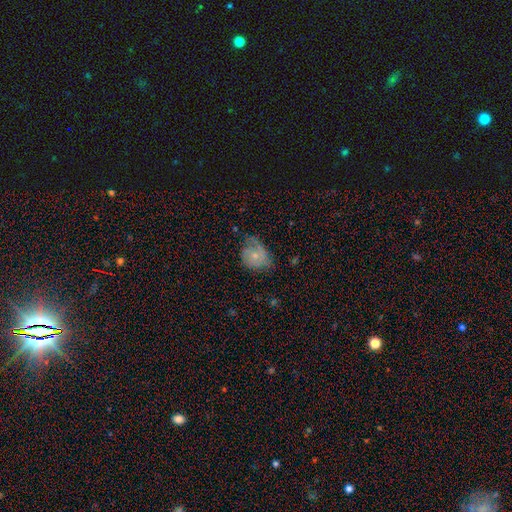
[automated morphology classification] A smooth galaxy with no disk features (48%).

Vote fractions:
- Smooth or featured? smooth: 48% / featured or disk: 44% / star or artifact: 8%
- Merging? none: 41% / minor disturbance: 34% / major disturbance: 22% / merger: 2%